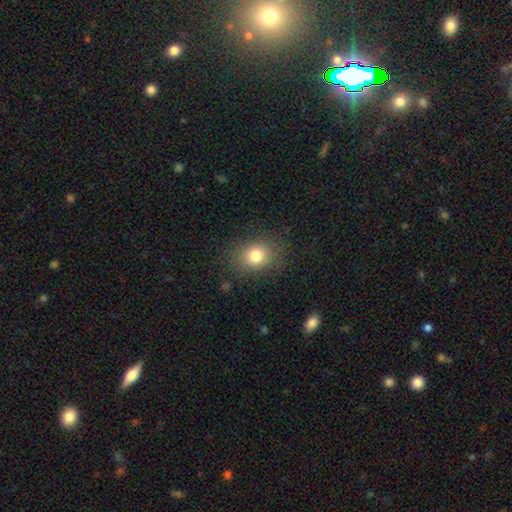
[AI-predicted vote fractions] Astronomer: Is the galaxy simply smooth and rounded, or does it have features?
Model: smooth — 79%.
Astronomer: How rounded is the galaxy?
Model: round — 51% (runner-up: in between, 48%).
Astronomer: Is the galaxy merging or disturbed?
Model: none — 83%.